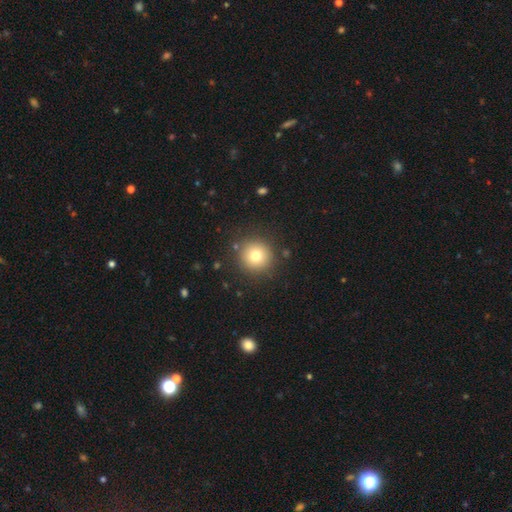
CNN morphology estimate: Smooth or featured? smooth (76%)
How rounded? round (95%)
Merging? none (88%)